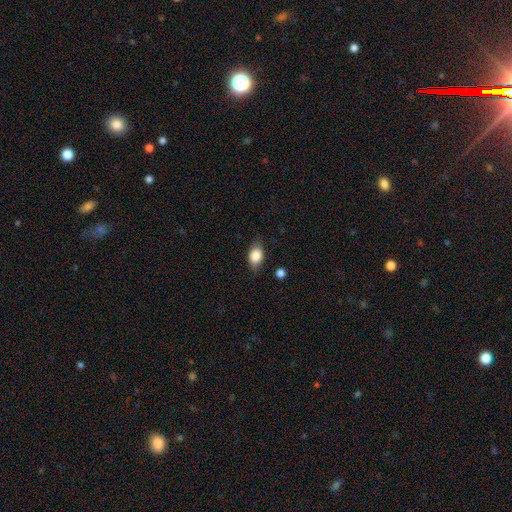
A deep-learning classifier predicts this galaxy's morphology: The model was most divided on "merging": none: 77%, minor disturbance: 17%, major disturbance: 4%, merger: 2%. More confident: smooth or featured — smooth (82%); how rounded — in between (81%).